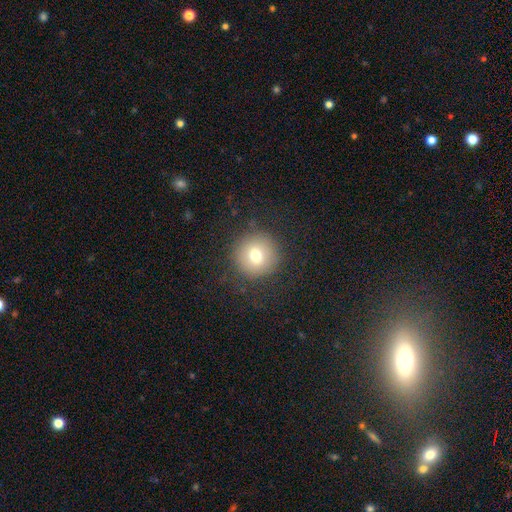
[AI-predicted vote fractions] smooth 73%, featured or disk 14%, star or artifact 13%. Down the decision tree: how rounded — round (95%); merging — none (87%).